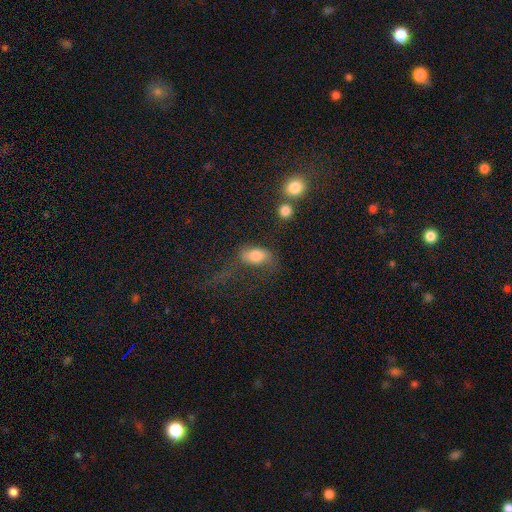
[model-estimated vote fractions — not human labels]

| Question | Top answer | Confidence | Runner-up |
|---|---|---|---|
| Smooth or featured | smooth | 75% | featured or disk (16%) |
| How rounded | in between | 87% | round (9%) |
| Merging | none | 44% | major disturbance (26%) |